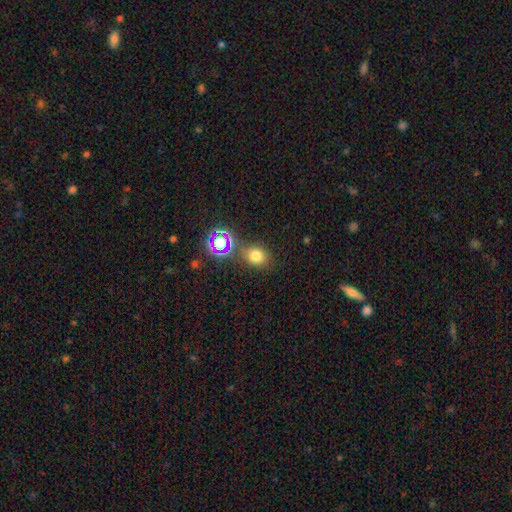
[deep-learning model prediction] Smooth or featured? smooth (68%)
How rounded? in between (50%)
Merging? none (73%)